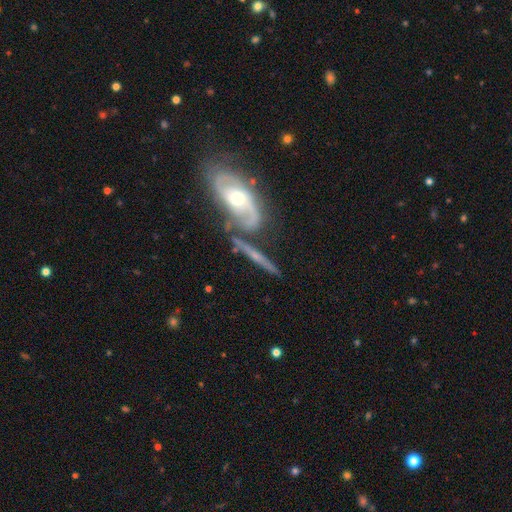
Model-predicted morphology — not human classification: Overall: featured or disk (69%). Edge-on disk: yes (71%). Merging: none (58%; merger 20%).